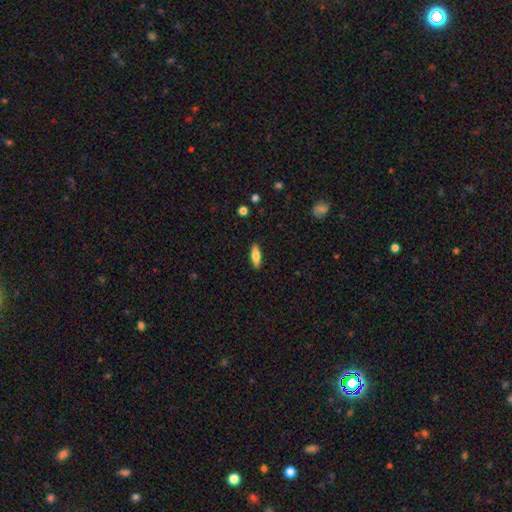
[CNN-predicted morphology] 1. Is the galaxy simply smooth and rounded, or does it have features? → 69% smooth, 24% featured or disk, 6% star or artifact.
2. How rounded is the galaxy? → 54% in between, 43% cigar-shaped, 2% round.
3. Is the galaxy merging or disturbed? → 89% none, 8% minor disturbance, 2% major disturbance, 1% merger.